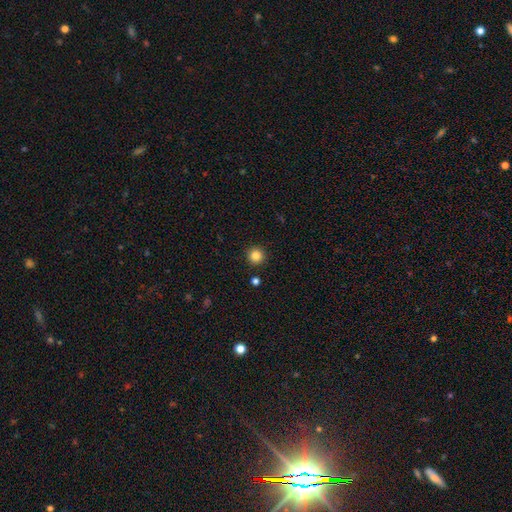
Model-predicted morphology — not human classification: The model was most divided on "smooth or featured": smooth: 84%, star or artifact: 11%, featured or disk: 4%. More confident: how rounded — round (96%); merging — none (92%).